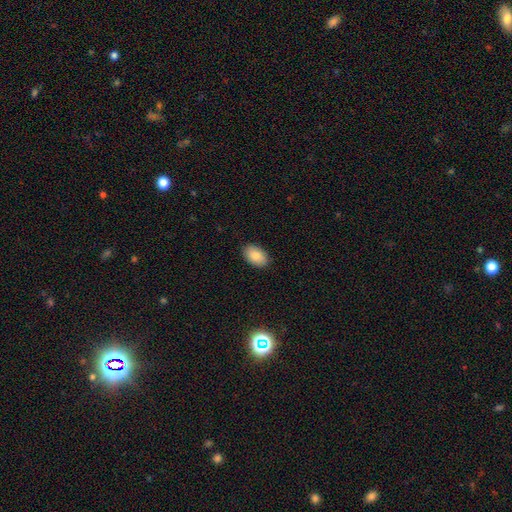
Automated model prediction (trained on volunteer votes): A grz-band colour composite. It shows a smooth galaxy with no disk features (84%) that is in between round and cigar-shaped (91%). Merging: none (89%).